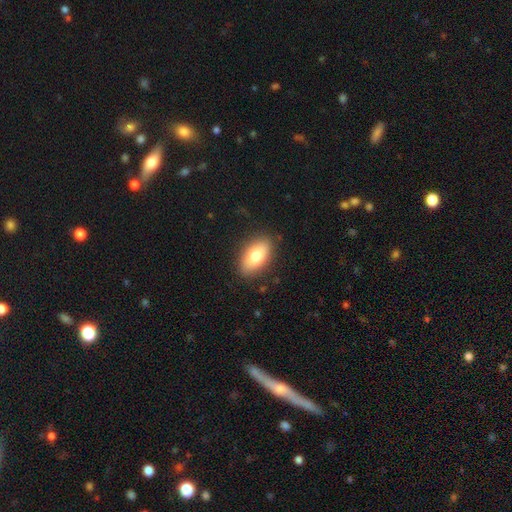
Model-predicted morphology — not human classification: Overall: smooth (79%). How rounded: in between (92%). Merging: none (86%).